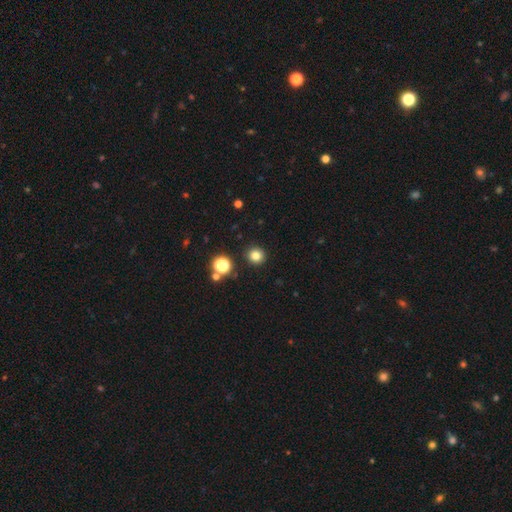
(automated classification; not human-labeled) This is clearly a smooth galaxy (81%). How rounded: clearly round (93%). Merging: clearly none (91%).